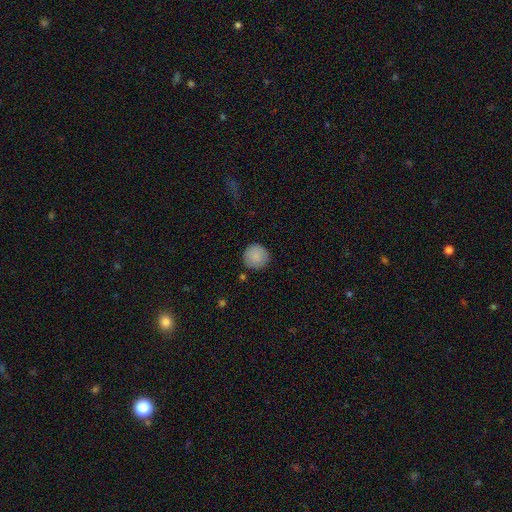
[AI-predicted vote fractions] Smooth or featured?
  - smooth: 88% *
  - star or artifact: 7%
  - featured or disk: 5%
How rounded?
  - round: 95% *
  - in between: 4%
  - cigar-shaped: 1%
Merging?
  - none: 88% *
  - minor disturbance: 8%
  - major disturbance: 2%
  - merger: 2%